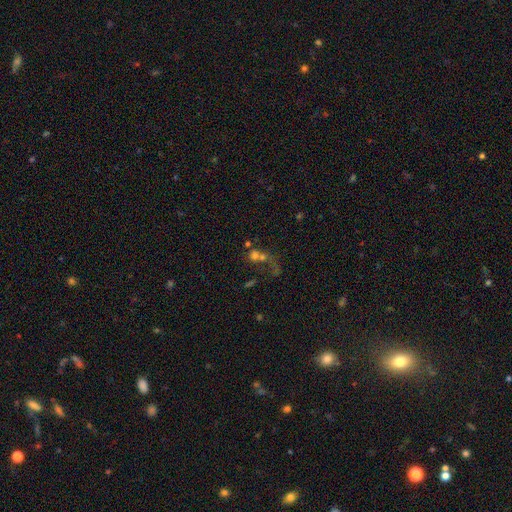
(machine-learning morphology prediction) A smooth galaxy with no disk features (48%). Merging: merger (60%).